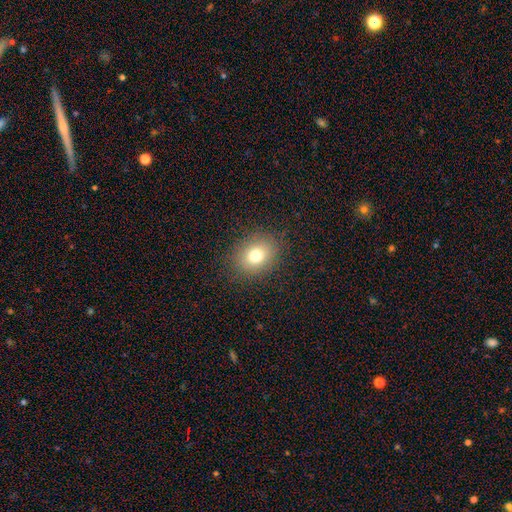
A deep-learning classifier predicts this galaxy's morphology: This is likely a smooth galaxy (76%). How rounded: possibly round (52%). Merging: clearly none (86%).